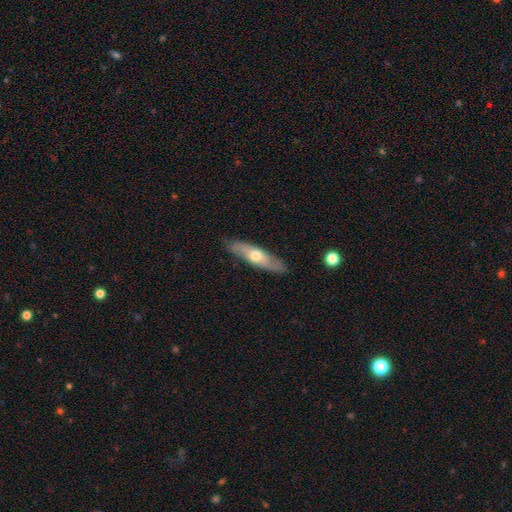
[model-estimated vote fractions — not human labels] Smooth or featured? Predicted: featured or disk (p=0.49). Merging? Predicted: none (p=0.85).